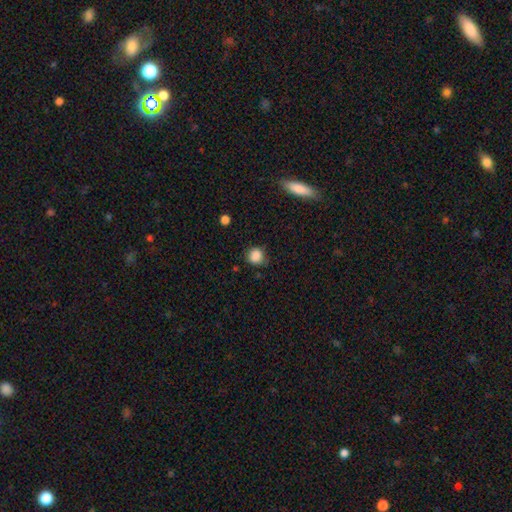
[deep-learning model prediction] Smooth or featured: smooth — 86% (star or artifact — 10%)
How rounded: round — 85% (in between — 14%)
Merging: none — 75% (minor disturbance — 19%)